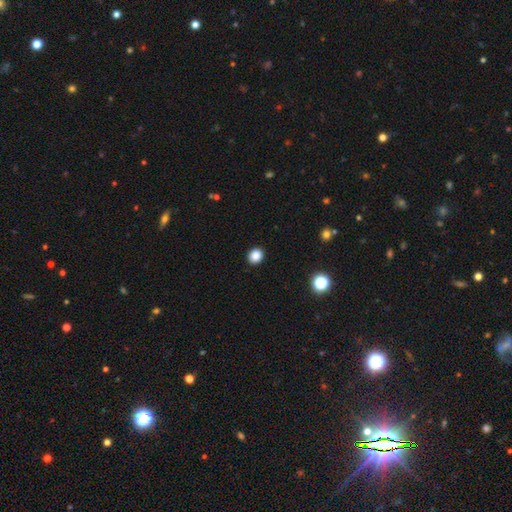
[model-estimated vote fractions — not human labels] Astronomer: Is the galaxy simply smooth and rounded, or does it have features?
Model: smooth — 86%.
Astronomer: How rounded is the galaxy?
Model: round — 70%.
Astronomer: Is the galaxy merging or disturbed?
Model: none — 92%.